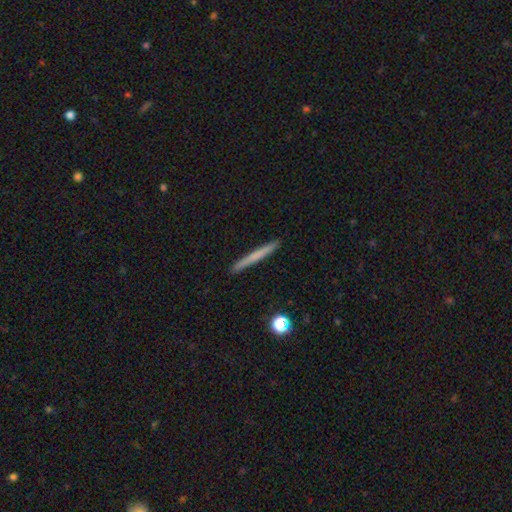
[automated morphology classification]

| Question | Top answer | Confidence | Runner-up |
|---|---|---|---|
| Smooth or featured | smooth | 60% | featured or disk (34%) |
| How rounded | cigar-shaped | 97% | in between (2%) |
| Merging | none | 92% | minor disturbance (5%) |